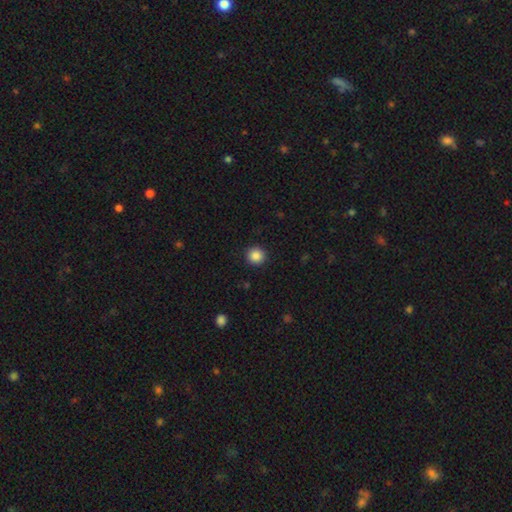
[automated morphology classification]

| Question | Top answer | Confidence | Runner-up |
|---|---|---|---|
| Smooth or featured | smooth | 87% | star or artifact (10%) |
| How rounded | round | 94% | in between (5%) |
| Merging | none | 92% | minor disturbance (5%) |